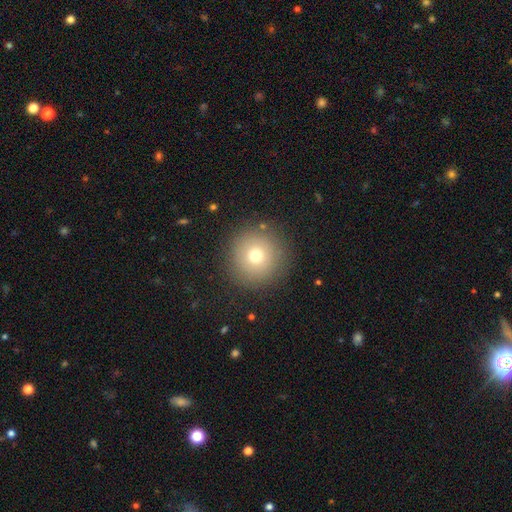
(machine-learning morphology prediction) Smooth or featured?
  - smooth: 72% *
  - star or artifact: 14%
  - featured or disk: 14%
How rounded?
  - round: 96% *
  - in between: 3%
  - cigar-shaped: 1%
Merging?
  - none: 88% *
  - minor disturbance: 7%
  - major disturbance: 4%
  - merger: 2%